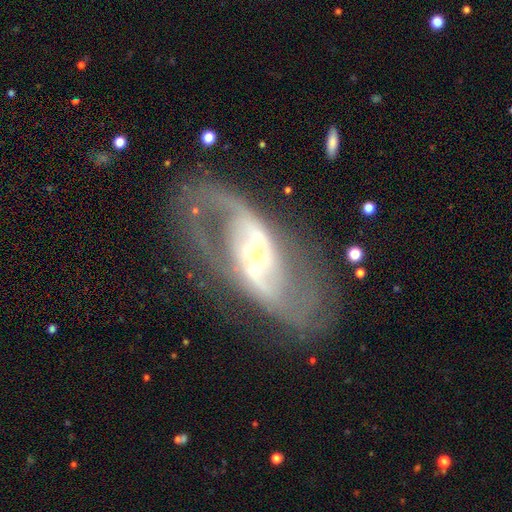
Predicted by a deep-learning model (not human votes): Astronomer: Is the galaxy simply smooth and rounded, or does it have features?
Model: featured or disk — 86%.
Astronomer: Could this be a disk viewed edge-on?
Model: no — 92%.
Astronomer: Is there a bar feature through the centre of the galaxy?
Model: strong — 49% (runner-up: weak, 32%).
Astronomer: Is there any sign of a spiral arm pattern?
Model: yes — 86%.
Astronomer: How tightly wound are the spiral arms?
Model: medium — 44% (runner-up: loose, 37%).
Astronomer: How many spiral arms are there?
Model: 2 — 85%.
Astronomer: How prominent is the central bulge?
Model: small — 52% (runner-up: moderate, 39%).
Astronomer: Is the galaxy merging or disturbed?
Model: none — 70%.